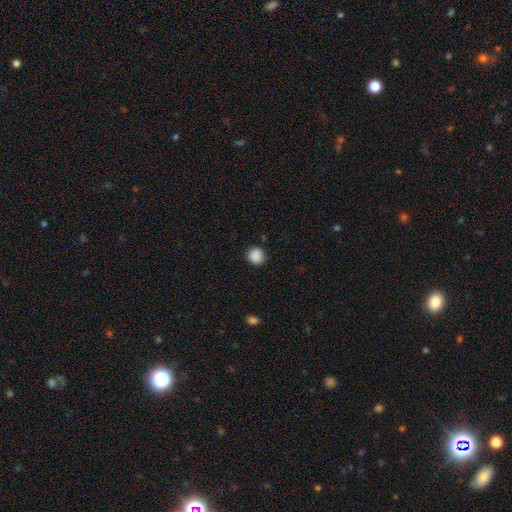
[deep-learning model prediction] smooth 88%, star or artifact 9%, featured or disk 2%. Down the decision tree: how rounded — round (88%); merging — none (88%).